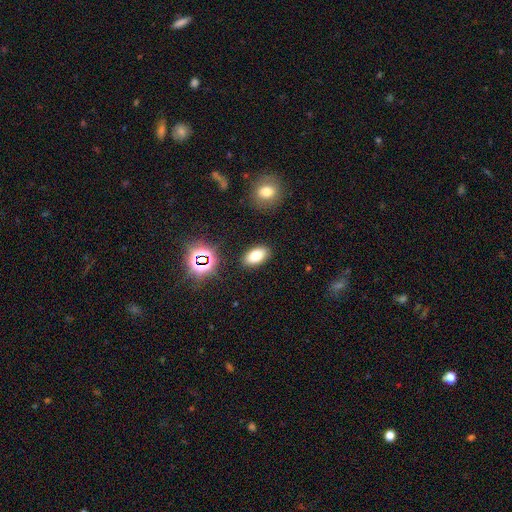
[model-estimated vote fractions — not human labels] Q: Smooth or featured?
A: smooth (76%); runner-up: star or artifact (14%)
Q: How rounded?
A: in between (91%); runner-up: round (6%)
Q: Merging?
A: none (87%); runner-up: minor disturbance (8%)